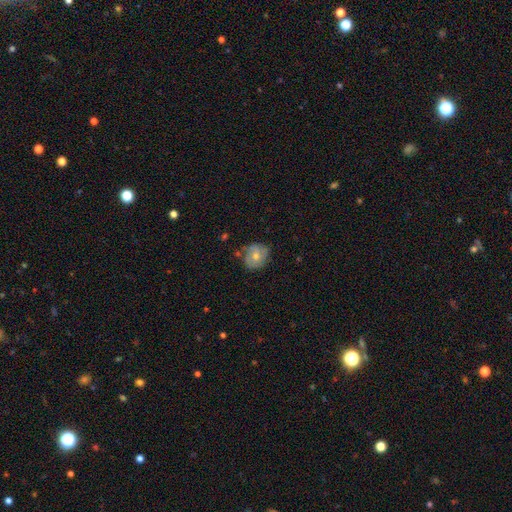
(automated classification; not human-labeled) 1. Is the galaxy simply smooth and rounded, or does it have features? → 56% smooth, 36% featured or disk, 8% star or artifact.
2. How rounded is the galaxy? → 78% round, 21% in between, 1% cigar-shaped.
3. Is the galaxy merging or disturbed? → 68% none, 23% minor disturbance, 5% major disturbance, 4% merger.